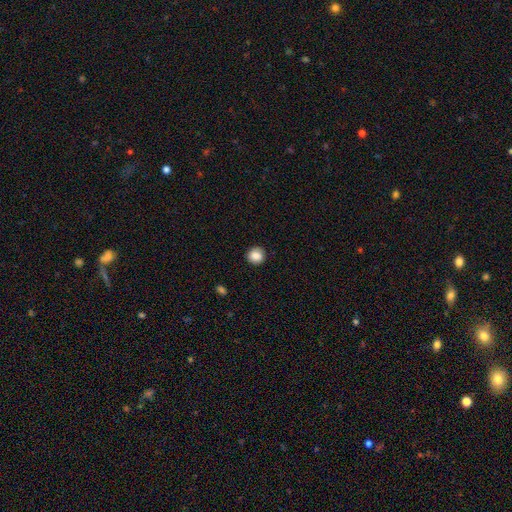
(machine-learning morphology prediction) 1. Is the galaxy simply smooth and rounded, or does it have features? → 87% smooth, 9% star or artifact, 4% featured or disk.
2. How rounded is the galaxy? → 93% round, 6% in between, 1% cigar-shaped.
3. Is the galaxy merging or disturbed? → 91% none, 6% minor disturbance, 2% major disturbance, 1% merger.